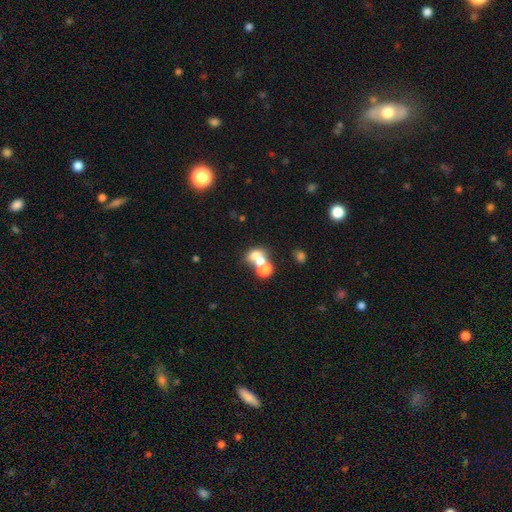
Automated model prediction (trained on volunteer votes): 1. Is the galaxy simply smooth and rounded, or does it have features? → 60% smooth, 24% featured or disk, 16% star or artifact.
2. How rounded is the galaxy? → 51% round, 47% in between, 1% cigar-shaped.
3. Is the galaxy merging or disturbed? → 62% merger, 25% none, 7% minor disturbance, 6% major disturbance.